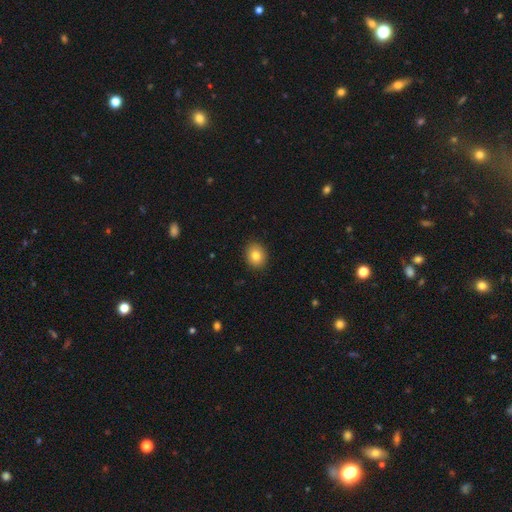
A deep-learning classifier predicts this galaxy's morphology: smooth-or-featured: smooth: 81% | star or artifact: 10% | featured or disk: 9%
  how-rounded: round: 65% | in between: 34% | cigar-shaped: 1%
  merging: none: 90% | minor disturbance: 7% | major disturbance: 2% | merger: 1%